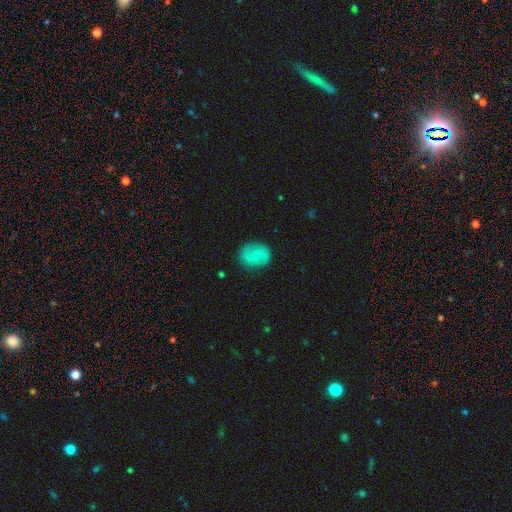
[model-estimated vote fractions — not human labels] This appears to be a featured or disk galaxy (52%) with no bar (51%), spiral arms (84%) and a small central bulge (49%). Merging: none (81%).